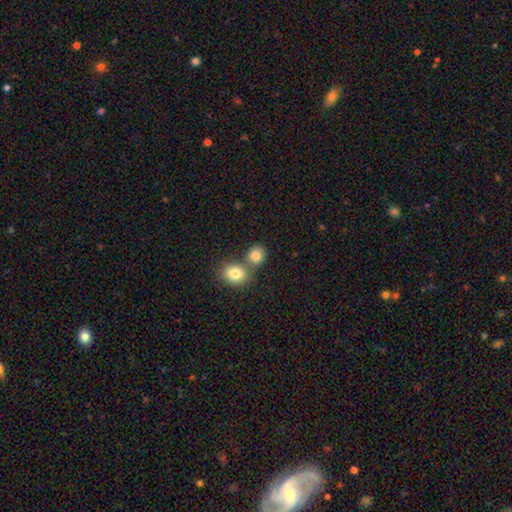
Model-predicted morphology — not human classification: Smooth or featured? smooth (82%)
How rounded? round (64%)
Merging? none (49%)